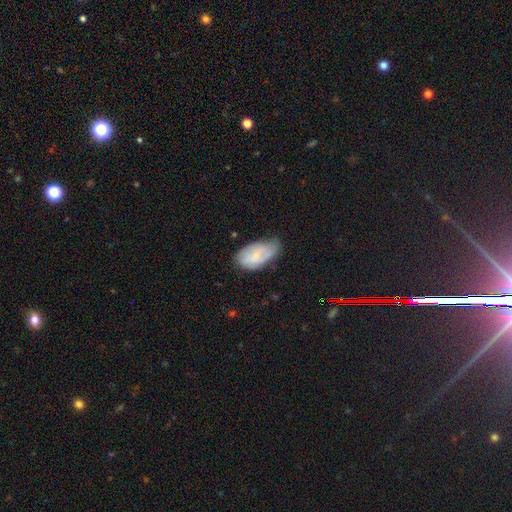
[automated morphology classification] The model was most divided on "merging" (2-way tie): none: 42%, minor disturbance: 42%, major disturbance: 13%, merger: 3%. More confident: how rounded — in between (94%); smooth or featured — smooth (62%).